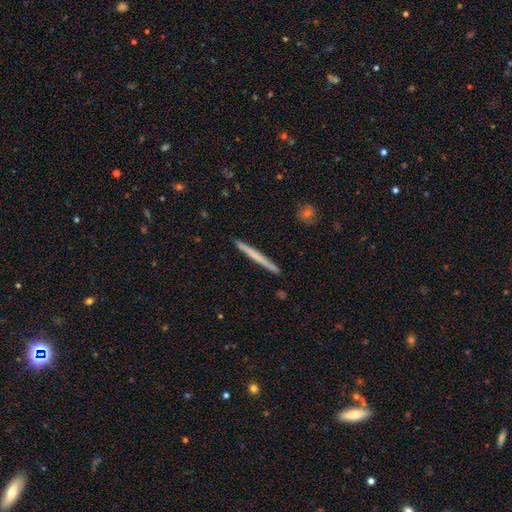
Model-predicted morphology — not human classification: This is possibly a smooth galaxy (57%). How rounded: clearly cigar-shaped (97%). Merging: clearly none (92%).